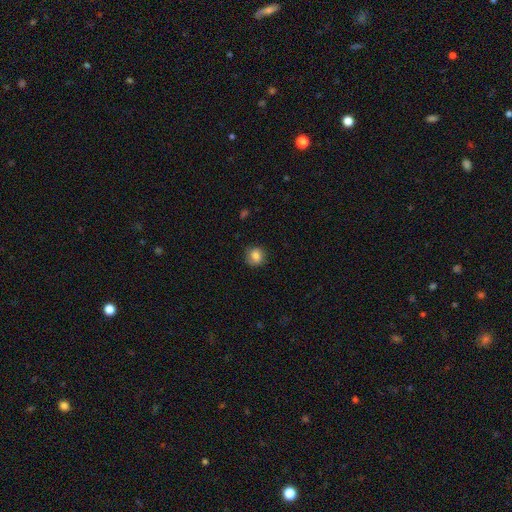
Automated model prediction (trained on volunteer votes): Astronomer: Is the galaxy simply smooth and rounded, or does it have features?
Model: smooth — 81%.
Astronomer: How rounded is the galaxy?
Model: round — 87%.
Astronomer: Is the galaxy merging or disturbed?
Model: none — 81%.